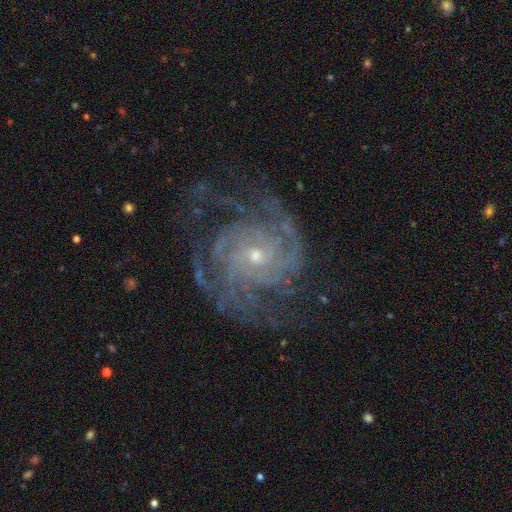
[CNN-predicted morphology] Smooth or featured? Predicted: featured or disk (p=0.89). Edge-on disk? Predicted: no (p=0.97). Bar? Predicted: no (p=0.72). Spiral arms? Predicted: yes (p=0.97). Spiral winding? Predicted: tight (p=0.59). Spiral arm count? Predicted: 2 (p=0.28). Bulge size? Predicted: small (p=0.73). Merging? Predicted: none (p=0.70).